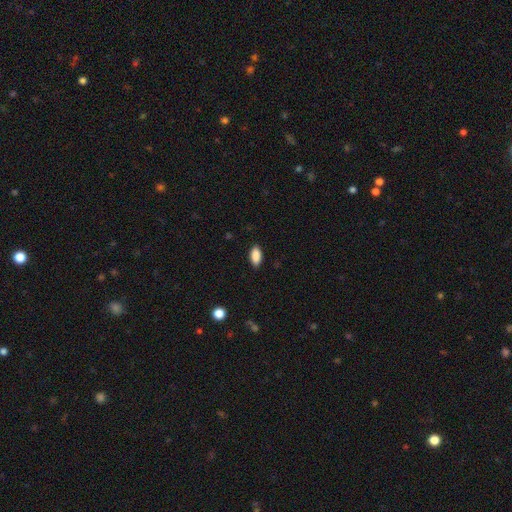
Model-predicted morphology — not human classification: The model was most divided on "merging": none: 88%, minor disturbance: 9%, major disturbance: 2%, merger: 1%. More confident: how rounded — in between (91%); smooth or featured — smooth (89%).